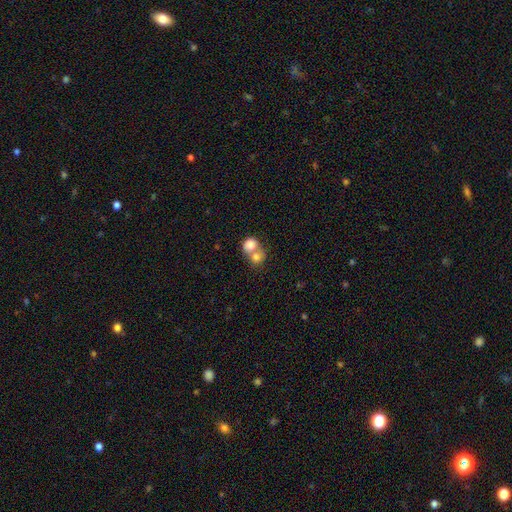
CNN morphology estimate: A smooth galaxy with no disk features (73%) that is round (70%).

Vote fractions:
- Smooth or featured? smooth: 73% / featured or disk: 16% / star or artifact: 11%
- How rounded? round: 70% / in between: 29% / cigar-shaped: 1%
- Merging? merger: 64% / none: 27% / minor disturbance: 6% / major disturbance: 3%